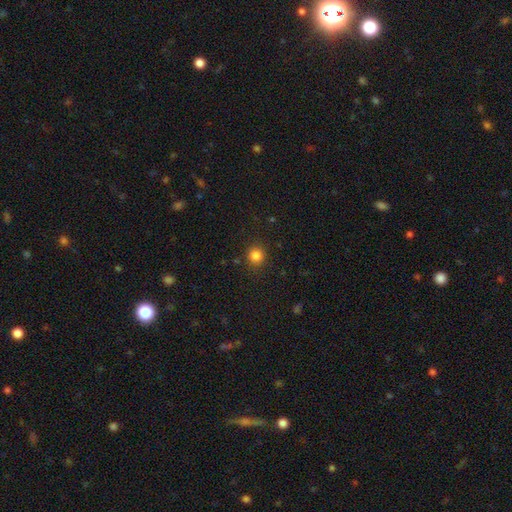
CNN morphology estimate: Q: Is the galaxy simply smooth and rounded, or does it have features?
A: smooth — 83%.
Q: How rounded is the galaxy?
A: round — 91%.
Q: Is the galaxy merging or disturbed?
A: none — 89%.